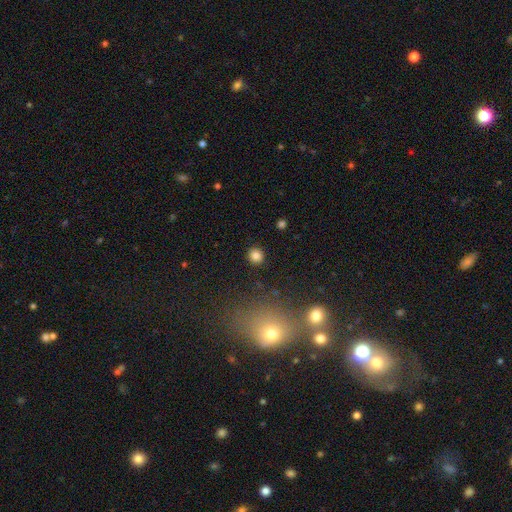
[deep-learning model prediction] Overall: smooth (83%). How rounded: round (91%). Merging: none (91%).